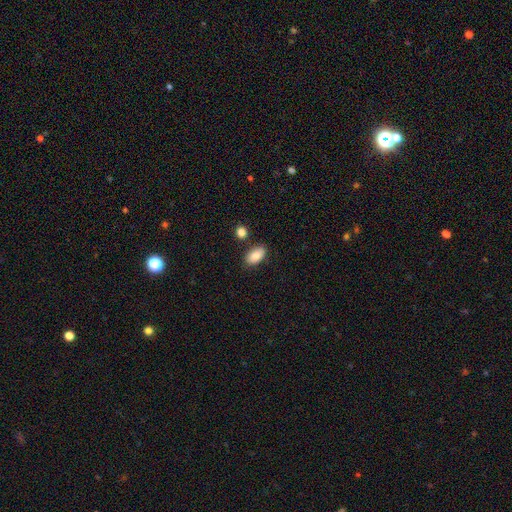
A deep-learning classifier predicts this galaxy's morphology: Overall: smooth (86%). How rounded: in between (93%). Merging: none (81%).